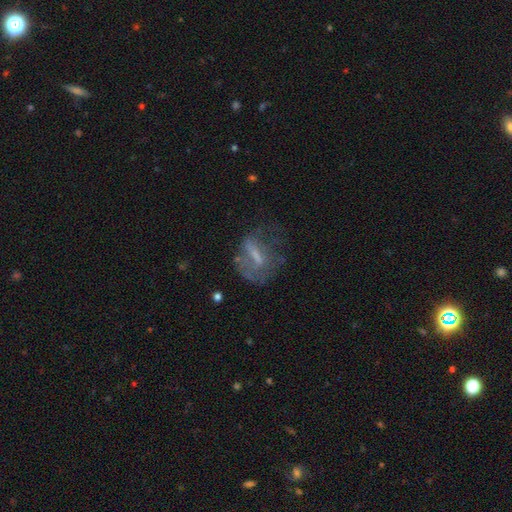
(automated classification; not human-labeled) smooth-or-featured: featured or disk: 54% | smooth: 33% | star or artifact: 13%
  disk-edge-on: no: 89% | yes: 11%
  merging: none: 41% | major disturbance: 34% | minor disturbance: 22% | merger: 4%